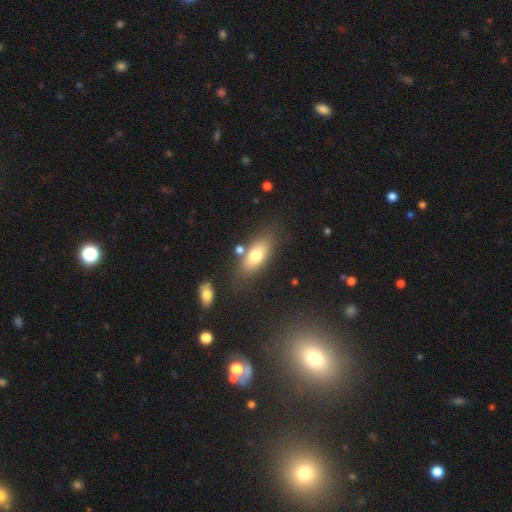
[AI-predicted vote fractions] The model was most divided on "smooth or featured": smooth: 74%, featured or disk: 18%, star or artifact: 8%. More confident: how rounded — in between (83%); merging — none (72%).